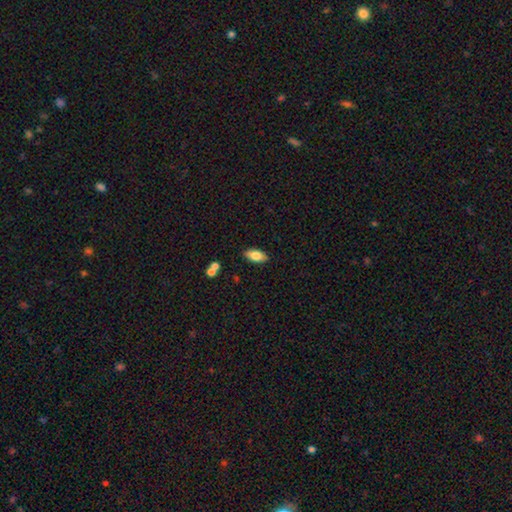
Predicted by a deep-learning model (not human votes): Morphology: type=smooth (78%); roundness=in between (89%); merging=none (87%).